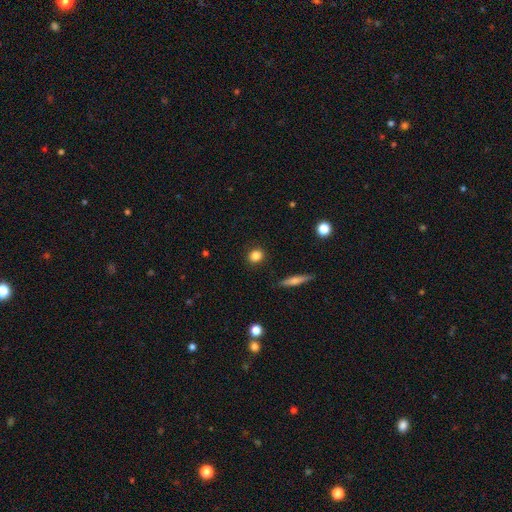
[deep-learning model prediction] Smooth or featured? Predicted: smooth (p=0.84). How rounded? Predicted: round (p=0.76). Merging? Predicted: none (p=0.90).